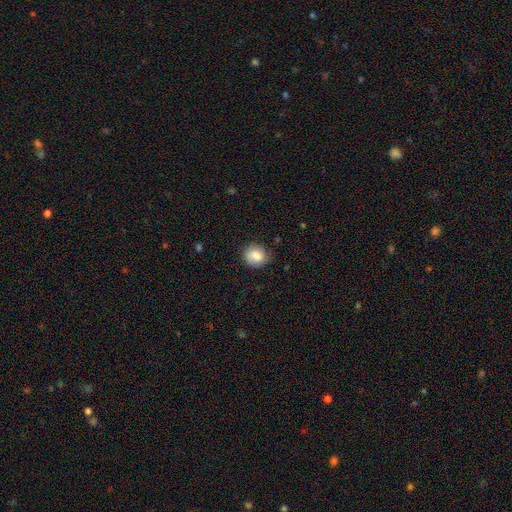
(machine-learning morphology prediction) smooth-or-featured: smooth: 84% | featured or disk: 8% | star or artifact: 8%
  how-rounded: round: 74% | in between: 25% | cigar-shaped: 1%
  merging: none: 76% | minor disturbance: 19% | major disturbance: 4% | merger: 1%